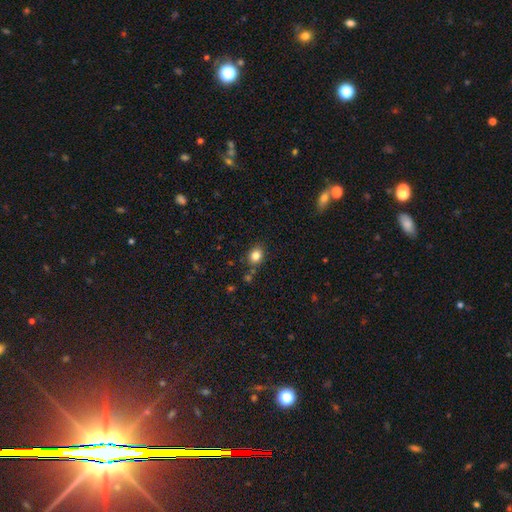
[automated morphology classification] A smooth galaxy with no disk features (83%) that is round (55%).

Vote fractions:
- Smooth or featured? smooth: 83% / star or artifact: 11% / featured or disk: 6%
- How rounded? round: 55% / in between: 44% / cigar-shaped: 1%
- Merging? none: 80% / minor disturbance: 12% / merger: 5% / major disturbance: 3%